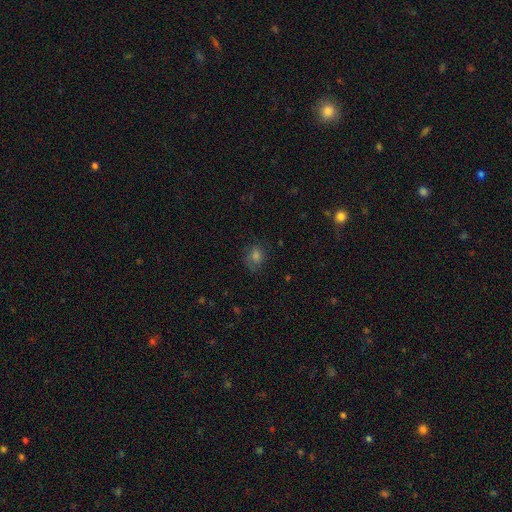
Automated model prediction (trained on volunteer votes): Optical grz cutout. It shows a smooth galaxy with no disk features (59%) that is round (61%). Merging: none (70%).